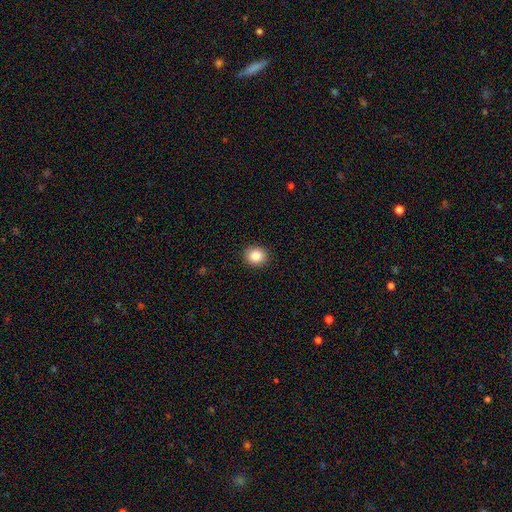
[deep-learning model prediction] This appears to be a smooth galaxy with no disk features (87%) that is round (78%). Merging: none (91%).